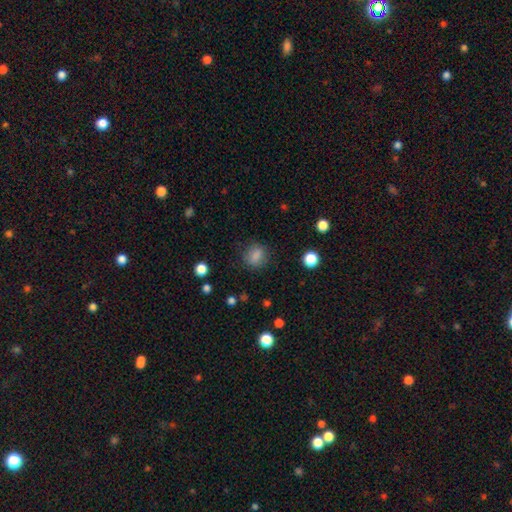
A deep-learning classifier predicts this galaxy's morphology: smooth 83%, star or artifact 11%, featured or disk 6%. Down the decision tree: how rounded — round (62%); merging — none (83%).